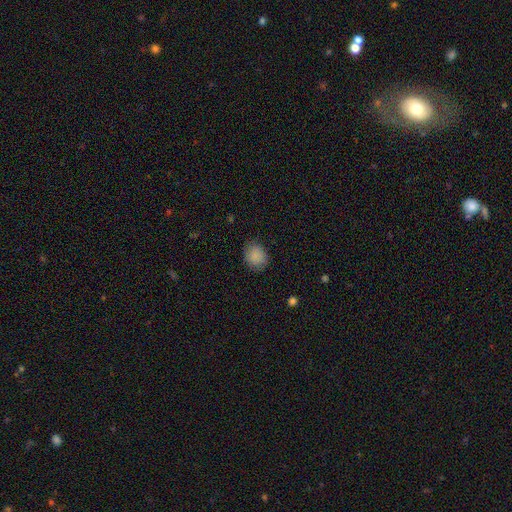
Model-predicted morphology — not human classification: This appears to be a smooth galaxy with no disk features (87%) that is round (52%). Merging: none (81%).